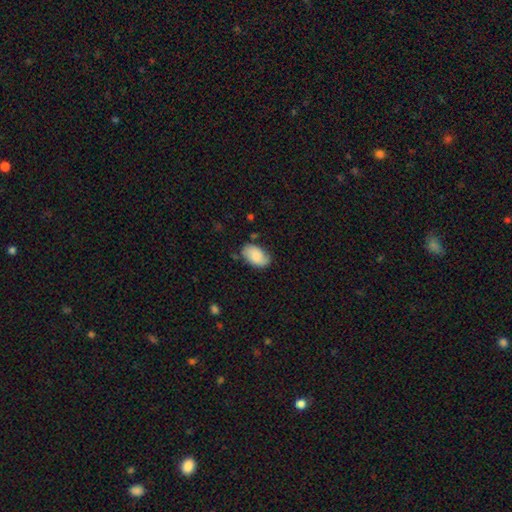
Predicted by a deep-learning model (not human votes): Overall: smooth (82%). How rounded: in between (93%). Merging: none (71%).